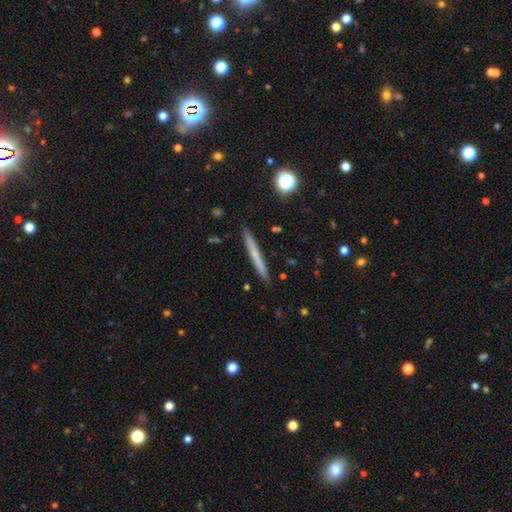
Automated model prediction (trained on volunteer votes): Smooth or featured?
  - smooth: 60% *
  - featured or disk: 33%
  - star or artifact: 7%
How rounded?
  - cigar-shaped: 96% *
  - in between: 2%
  - round: 2%
Merging?
  - none: 91% *
  - minor disturbance: 6%
  - major disturbance: 1%
  - merger: 1%